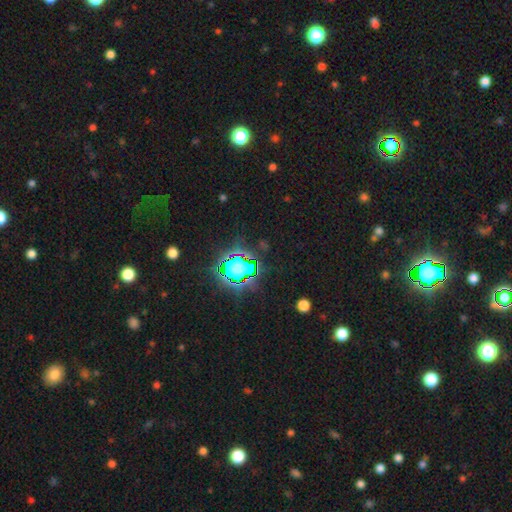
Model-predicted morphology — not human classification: A star or artifact, not a galaxy (80%).

Vote fractions:
- Smooth or featured? star or artifact: 80% / smooth: 13% / featured or disk: 7%